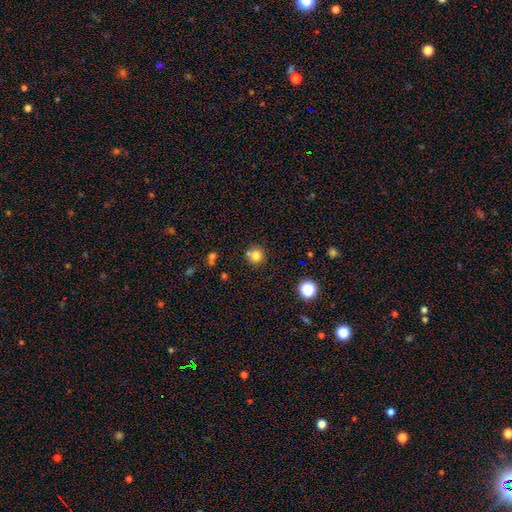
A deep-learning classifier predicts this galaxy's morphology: This is likely a smooth galaxy (79%). How rounded: clearly round (93%). Merging: likely none (72%).